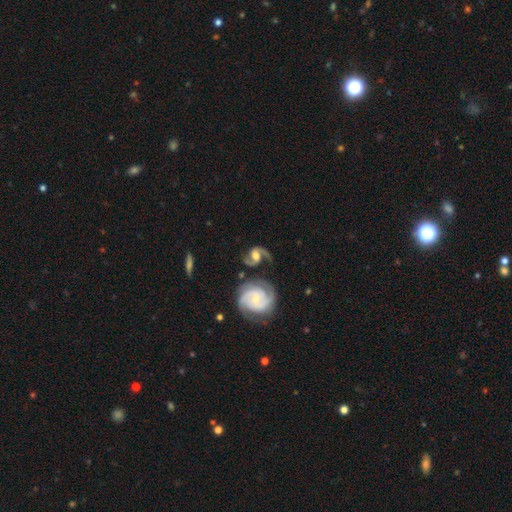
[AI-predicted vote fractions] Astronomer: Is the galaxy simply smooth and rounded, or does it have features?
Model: featured or disk — 86%.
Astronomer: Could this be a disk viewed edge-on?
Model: no — 97%.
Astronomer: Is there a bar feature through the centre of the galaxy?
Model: no — 44% (runner-up: weak, 39%).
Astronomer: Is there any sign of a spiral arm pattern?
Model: yes — 96%.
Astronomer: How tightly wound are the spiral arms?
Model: medium — 52% (runner-up: loose, 31%).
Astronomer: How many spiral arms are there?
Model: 2 — 90%.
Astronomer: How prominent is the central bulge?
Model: moderate — 56%.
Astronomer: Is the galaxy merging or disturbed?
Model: none — 52%.